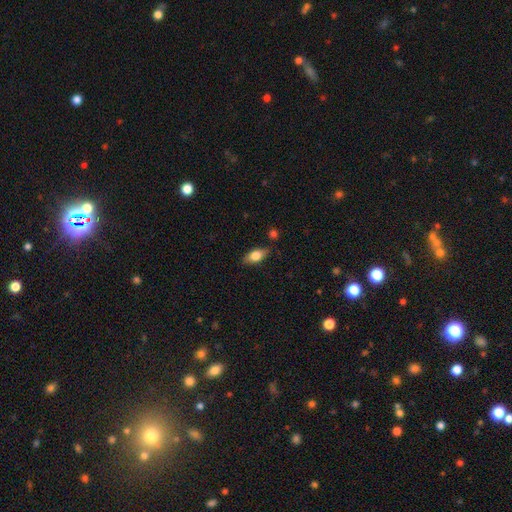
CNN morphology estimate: A smooth galaxy with no disk features (76%) that is in between round and cigar-shaped (86%).

Vote fractions:
- Smooth or featured? smooth: 76% / featured or disk: 16% / star or artifact: 7%
- How rounded? in between: 86% / cigar-shaped: 9% / round: 5%
- Merging? none: 78% / minor disturbance: 15% / merger: 3% / major disturbance: 3%